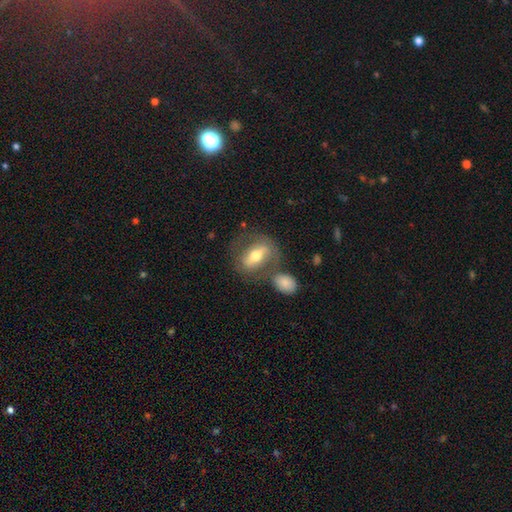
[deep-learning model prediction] The model was most divided on "smooth or featured": featured or disk: 52%, smooth: 41%, star or artifact: 7%. More confident: edge-on disk — no (78%); merging — none (57%).